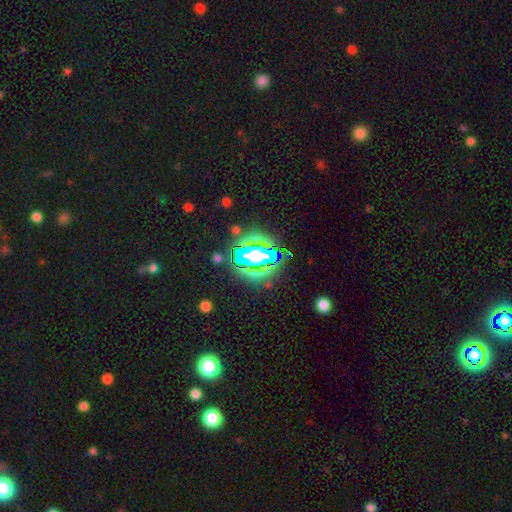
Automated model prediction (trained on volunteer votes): The model was most divided on "smooth or featured": star or artifact: 52%, smooth: 26%, featured or disk: 22%.